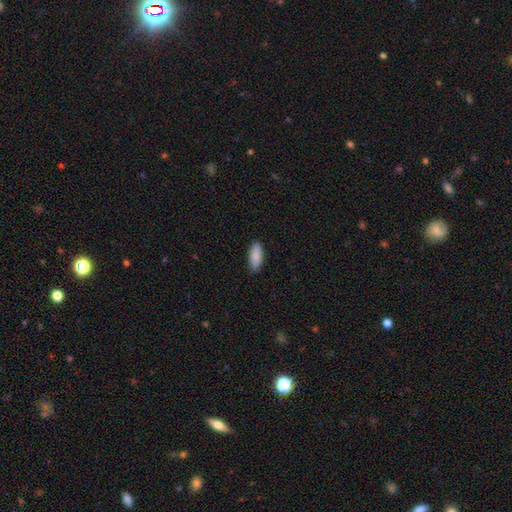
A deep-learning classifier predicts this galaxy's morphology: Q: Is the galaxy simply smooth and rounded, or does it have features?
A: smooth — 89%.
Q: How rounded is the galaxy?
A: in between — 84%.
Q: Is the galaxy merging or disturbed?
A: none — 84%.